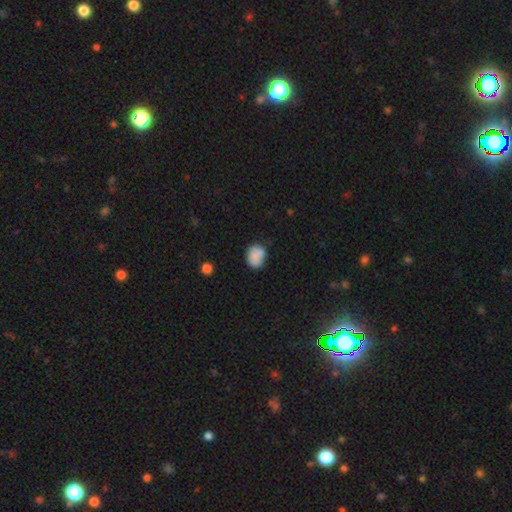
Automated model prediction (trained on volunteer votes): This appears to be a smooth galaxy with no disk features (84%) that is in between round and cigar-shaped (57%). Merging: none (64%).